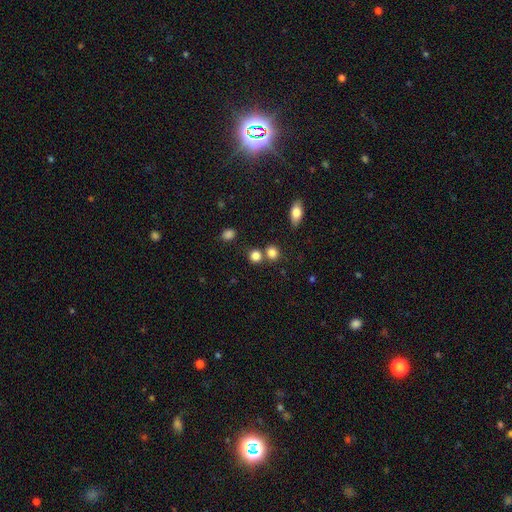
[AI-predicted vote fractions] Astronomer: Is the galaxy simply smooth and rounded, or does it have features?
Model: smooth — 83%.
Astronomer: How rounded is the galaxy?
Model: round — 84%.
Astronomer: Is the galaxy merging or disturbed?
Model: none — 66%.